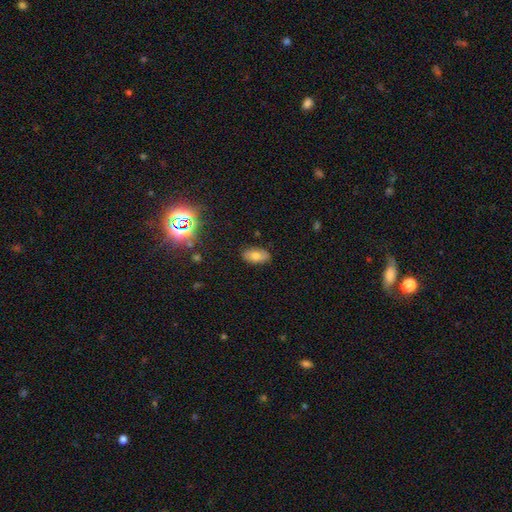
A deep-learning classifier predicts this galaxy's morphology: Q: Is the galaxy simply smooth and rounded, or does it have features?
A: smooth — 74%.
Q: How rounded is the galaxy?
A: in between — 92%.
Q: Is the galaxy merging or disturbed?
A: none — 86%.